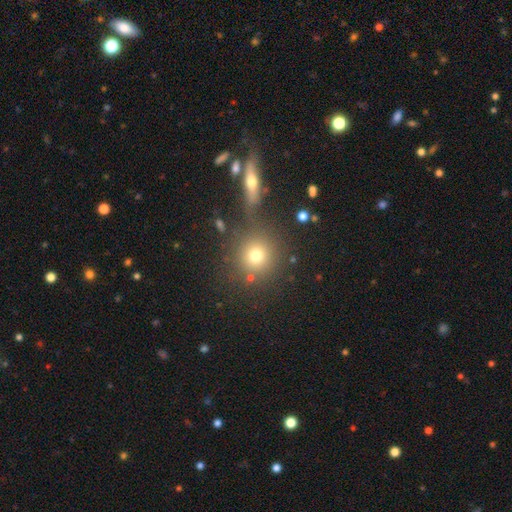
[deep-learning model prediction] Q: Smooth or featured?
A: smooth (74%); runner-up: star or artifact (16%)
Q: How rounded?
A: round (91%); runner-up: in between (8%)
Q: Merging?
A: none (70%); runner-up: merger (15%)